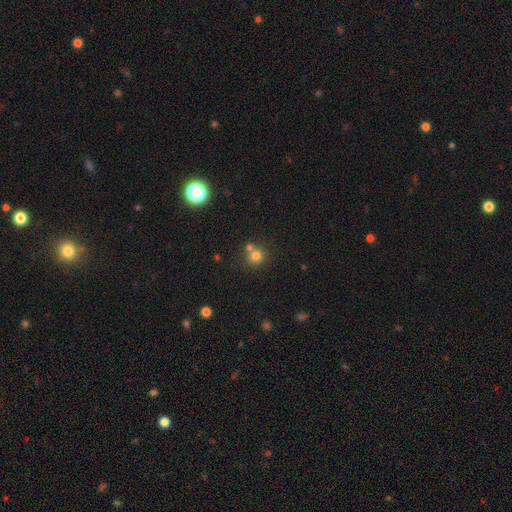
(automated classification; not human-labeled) Q: Smooth or featured?
A: smooth (77%); runner-up: star or artifact (15%)
Q: How rounded?
A: round (90%); runner-up: in between (9%)
Q: Merging?
A: none (57%); runner-up: merger (32%)